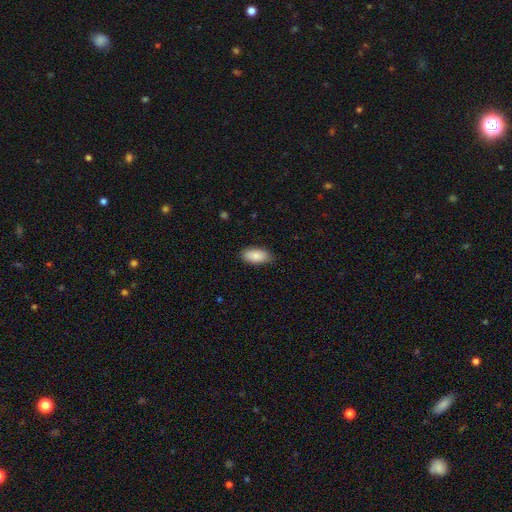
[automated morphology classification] Smooth or featured?
  - smooth: 88% *
  - featured or disk: 6%
  - star or artifact: 6%
How rounded?
  - in between: 92% *
  - cigar-shaped: 6%
  - round: 2%
Merging?
  - none: 85% *
  - minor disturbance: 12%
  - major disturbance: 2%
  - merger: 1%